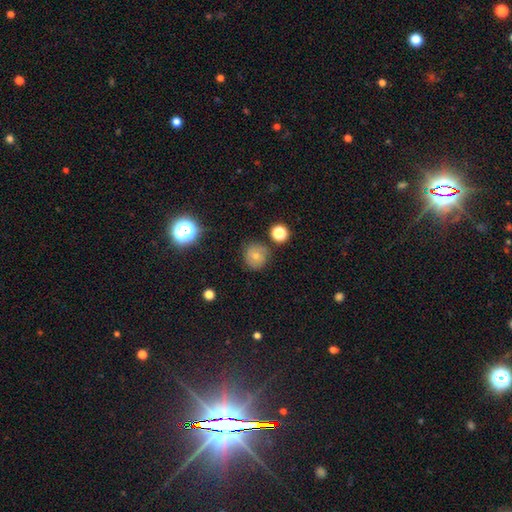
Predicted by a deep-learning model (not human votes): Smooth or featured?
  - smooth: 62% *
  - featured or disk: 22%
  - star or artifact: 16%
How rounded?
  - round: 90% *
  - in between: 9%
  - cigar-shaped: 1%
Merging?
  - none: 78% *
  - minor disturbance: 14%
  - major disturbance: 4%
  - merger: 4%